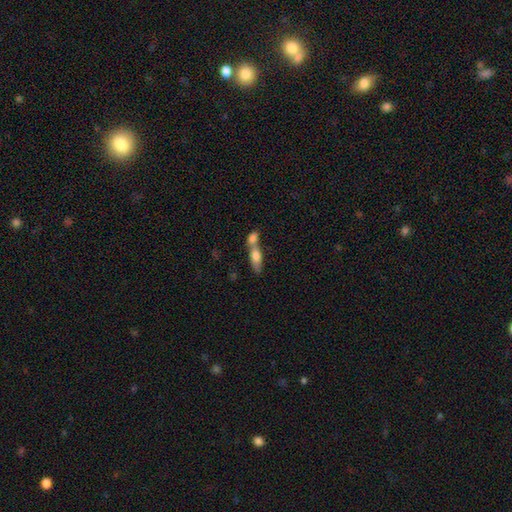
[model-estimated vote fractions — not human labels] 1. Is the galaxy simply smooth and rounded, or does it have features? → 69% smooth, 24% featured or disk, 8% star or artifact.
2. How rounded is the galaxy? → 64% in between, 31% cigar-shaped, 5% round.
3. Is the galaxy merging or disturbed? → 67% merger, 23% none, 7% minor disturbance, 4% major disturbance.